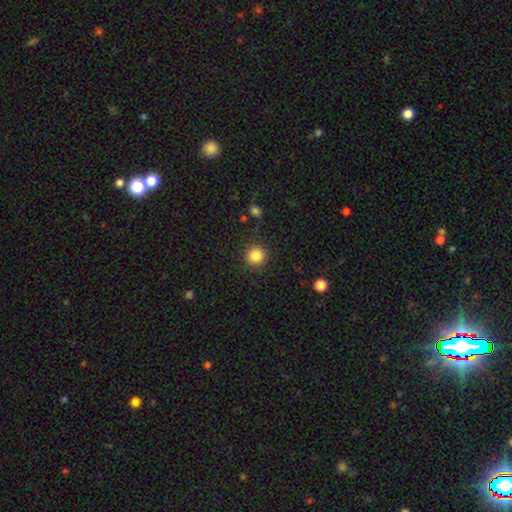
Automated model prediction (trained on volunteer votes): smooth 85%, star or artifact 11%, featured or disk 5%. Down the decision tree: how rounded — round (94%); merging — none (88%).